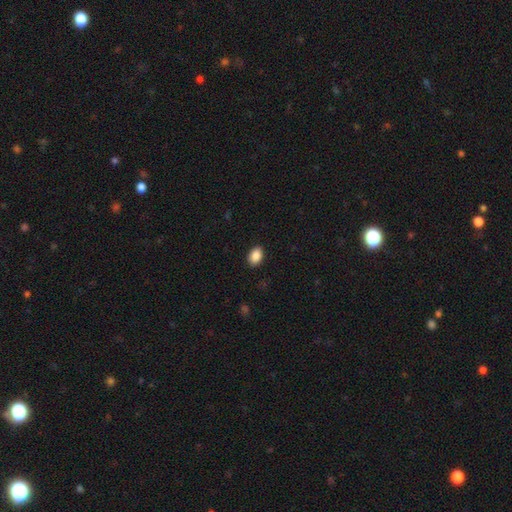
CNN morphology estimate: Smooth or featured: smooth — 88% (star or artifact — 8%)
How rounded: in between — 87% (round — 12%)
Merging: none — 89% (minor disturbance — 8%)